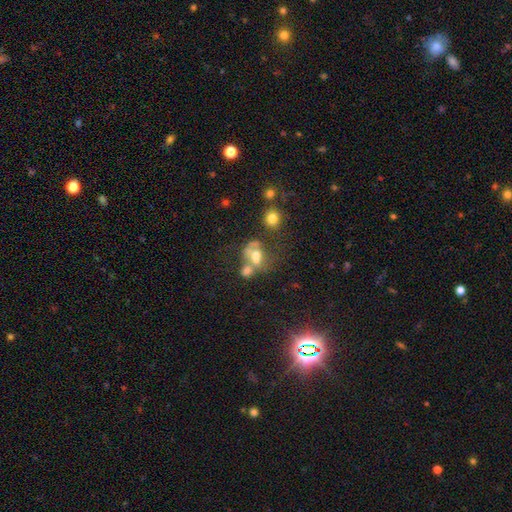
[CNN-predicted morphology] This appears to be a smooth galaxy with no disk features (52%) that is in between round and cigar-shaped (61%). Merging: merger (54%).